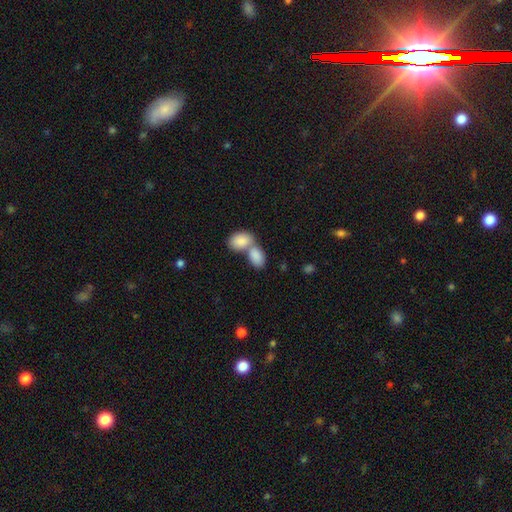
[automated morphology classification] Smooth or featured? smooth (86%)
How rounded? in between (91%)
Merging? merger (66%)